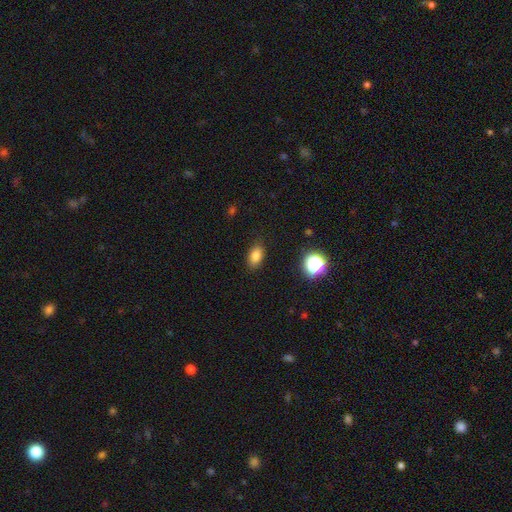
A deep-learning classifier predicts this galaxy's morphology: Overall: smooth (82%). How rounded: in between (86%). Merging: none (85%).